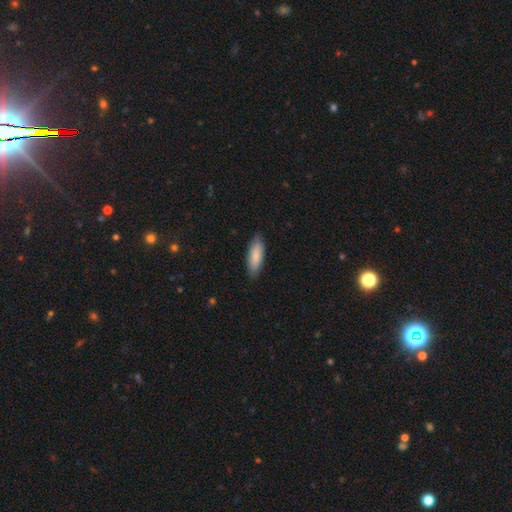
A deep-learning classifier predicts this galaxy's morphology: A smooth galaxy with no disk features (83%) that is in between round and cigar-shaped (66%). Merging: none (84%).